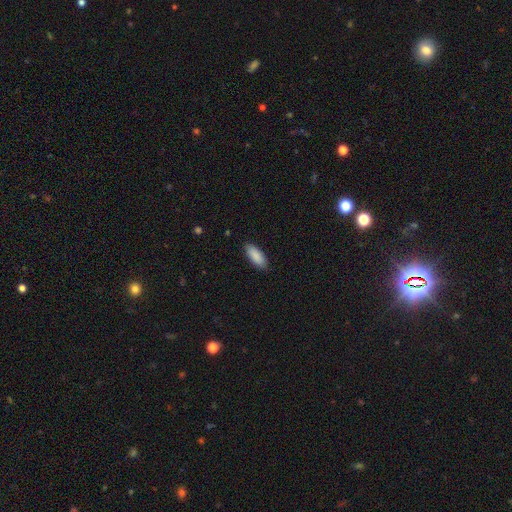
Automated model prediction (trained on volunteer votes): A smooth galaxy with no disk features (90%) that is in between round and cigar-shaped (78%).

Vote fractions:
- Smooth or featured? smooth: 90% / star or artifact: 6% / featured or disk: 4%
- How rounded? in between: 78% / cigar-shaped: 20% / round: 2%
- Merging? none: 88% / minor disturbance: 9% / major disturbance: 2% / merger: 1%